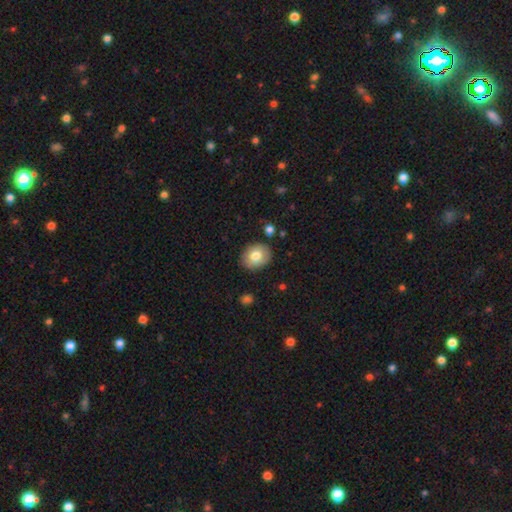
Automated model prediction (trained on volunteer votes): This is likely a smooth galaxy (77%). How rounded: possibly in between (53%). Merging: clearly none (85%).